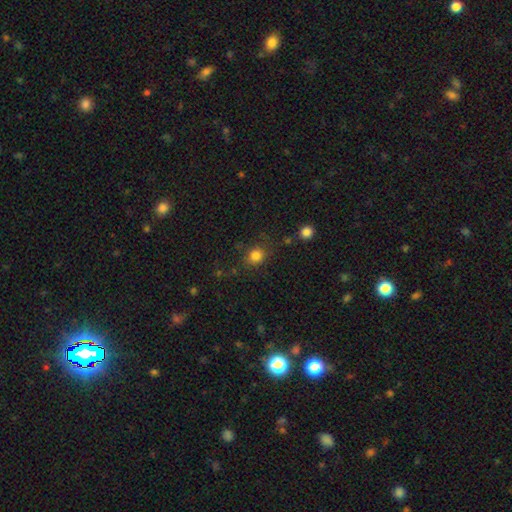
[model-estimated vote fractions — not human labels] Smooth or featured: smooth — 81% (star or artifact — 13%)
How rounded: round — 77% (in between — 22%)
Merging: none — 78% (minor disturbance — 13%)